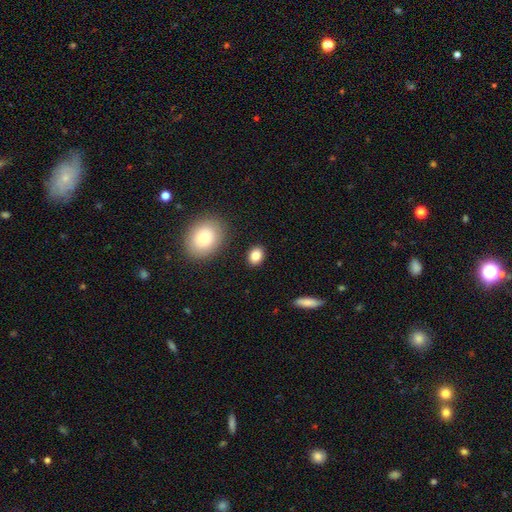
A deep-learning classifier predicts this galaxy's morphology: The model was most divided on "how rounded": in between: 62%, round: 37%, cigar-shaped: 1%. More confident: merging — none (88%); smooth or featured — smooth (83%).